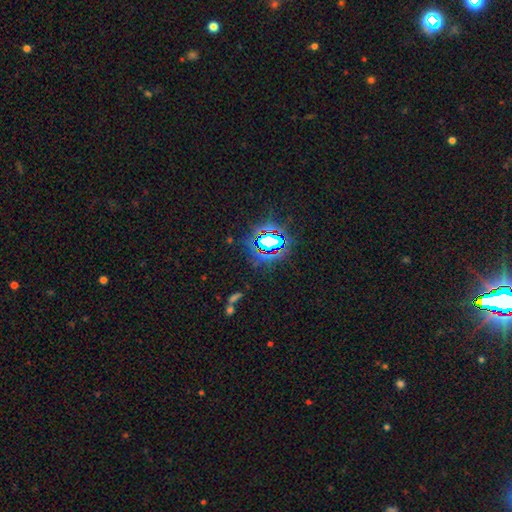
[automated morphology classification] star or artifact 77%, smooth 14%, featured or disk 9%.